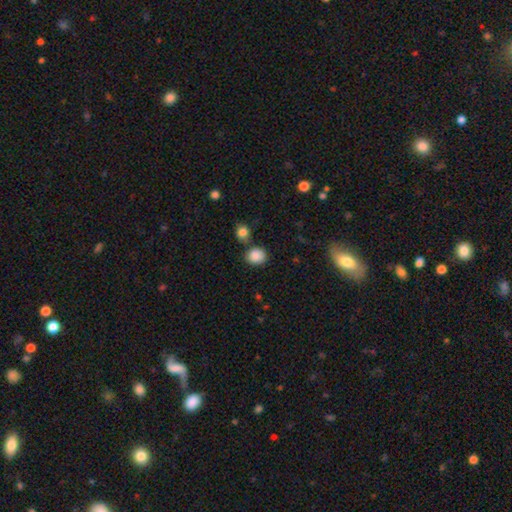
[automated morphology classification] smooth-or-featured: smooth: 87% | star or artifact: 9% | featured or disk: 4%
  how-rounded: round: 75% | in between: 24% | cigar-shaped: 1%
  merging: none: 74% | minor disturbance: 13% | merger: 10% | major disturbance: 4%